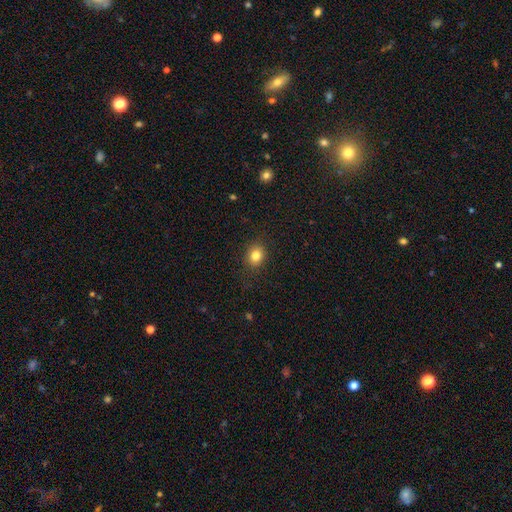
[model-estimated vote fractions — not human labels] Smooth or featured? Predicted: smooth (p=0.82). How rounded? Predicted: round (p=0.64). Merging? Predicted: none (p=0.87).